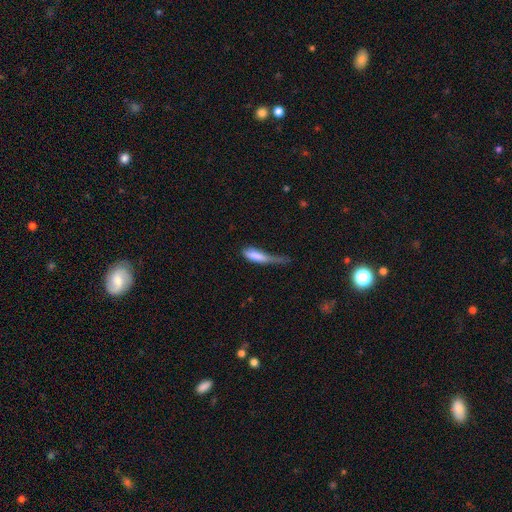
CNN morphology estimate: A smooth galaxy with no disk features (75%) that is cigar-shaped (56%). Merging: major disturbance (46%).